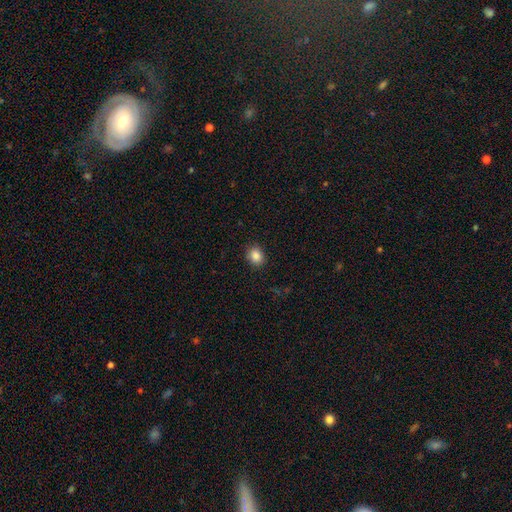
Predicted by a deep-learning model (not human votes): smooth-or-featured: smooth: 86% | star or artifact: 9% | featured or disk: 4%
  how-rounded: round: 55% | in between: 44% | cigar-shaped: 1%
  merging: none: 89% | minor disturbance: 8% | major disturbance: 2% | merger: 1%